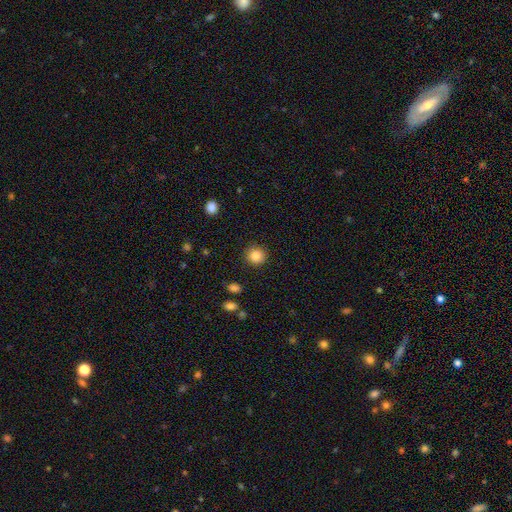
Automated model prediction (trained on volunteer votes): A smooth galaxy with no disk features (85%) that is round (92%). Merging: none (90%).